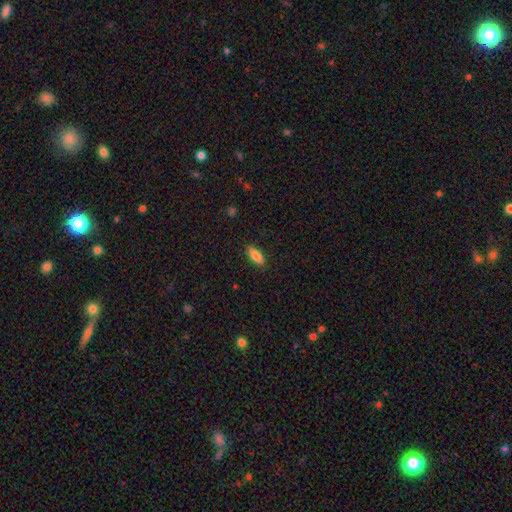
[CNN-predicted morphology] The model was most divided on "how rounded": in between: 79%, cigar-shaped: 18%, round: 2%. More confident: merging — none (87%); smooth or featured — smooth (85%).